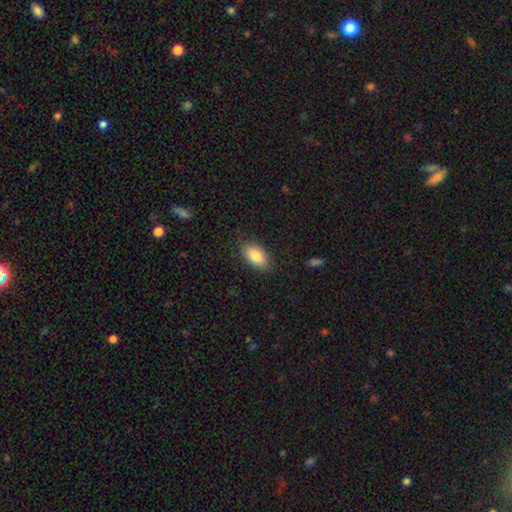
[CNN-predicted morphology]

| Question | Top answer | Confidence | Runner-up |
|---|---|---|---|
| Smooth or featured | smooth | 84% | featured or disk (9%) |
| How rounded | in between | 92% | round (5%) |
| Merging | none | 85% | minor disturbance (11%) |